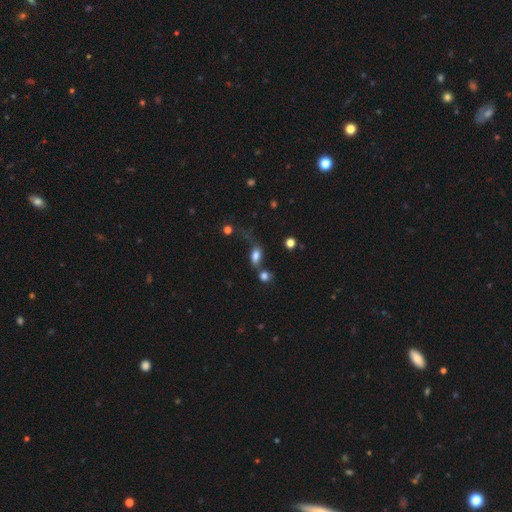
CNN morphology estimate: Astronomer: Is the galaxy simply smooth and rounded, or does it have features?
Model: smooth — 76%.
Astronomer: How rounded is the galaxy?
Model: in between — 81%.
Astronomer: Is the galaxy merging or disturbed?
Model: none — 37% (runner-up: merger, 27%).